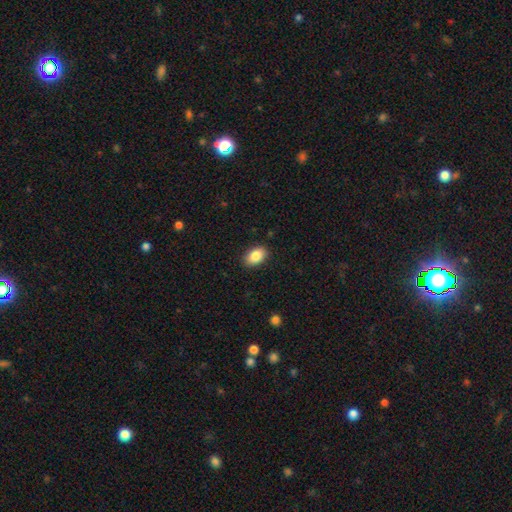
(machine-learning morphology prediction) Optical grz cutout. It shows a smooth galaxy with no disk features (87%) that is in between round and cigar-shaped (87%). Merging: none (88%).